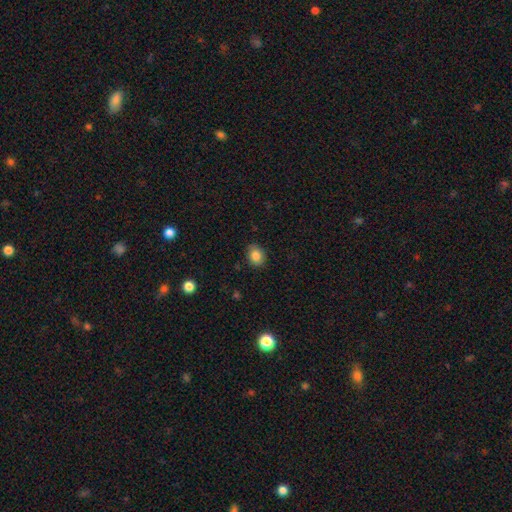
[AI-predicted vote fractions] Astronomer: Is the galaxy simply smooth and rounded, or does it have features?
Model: smooth — 85%.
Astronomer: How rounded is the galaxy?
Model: round — 50% (runner-up: in between, 49%).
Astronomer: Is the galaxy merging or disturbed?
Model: none — 85%.